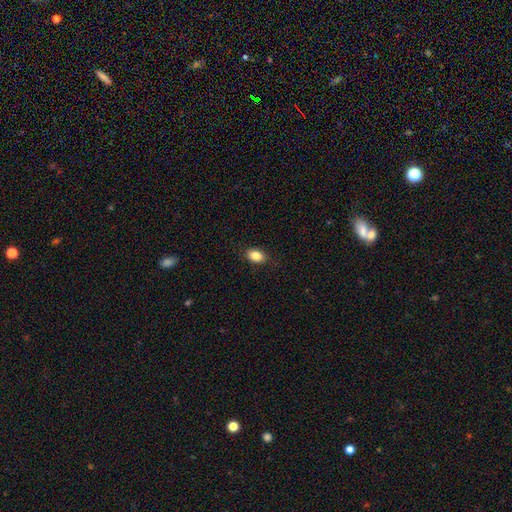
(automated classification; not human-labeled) Smooth or featured? Predicted: smooth (p=0.86). How rounded? Predicted: in between (p=0.84). Merging? Predicted: none (p=0.88).